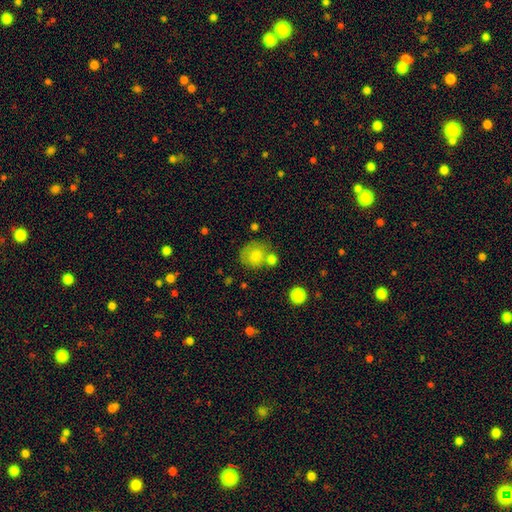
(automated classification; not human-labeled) Smooth or featured?
  - smooth: 77% *
  - featured or disk: 13%
  - star or artifact: 10%
How rounded?
  - round: 80% *
  - in between: 20%
  - cigar-shaped: 1%
Merging?
  - none: 55% *
  - merger: 19%
  - minor disturbance: 18%
  - major disturbance: 9%